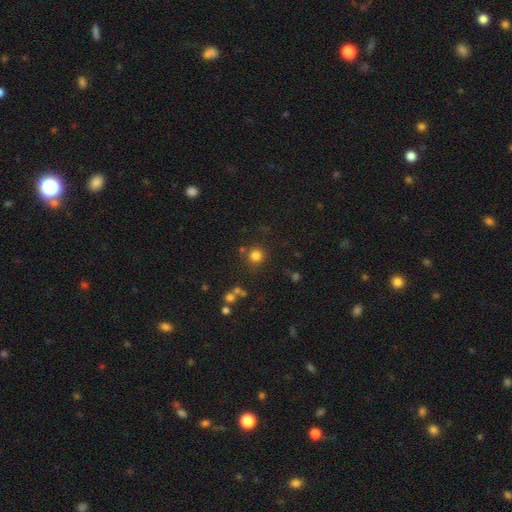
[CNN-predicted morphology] Overall: smooth (79%). How rounded: round (94%). Merging: none (83%).